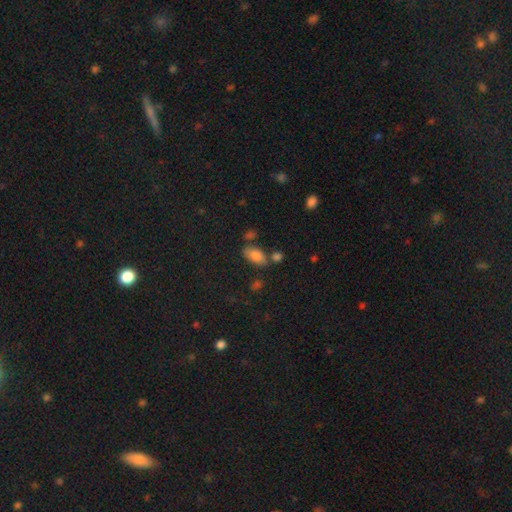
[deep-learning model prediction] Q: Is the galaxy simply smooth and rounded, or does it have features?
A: smooth — 83%.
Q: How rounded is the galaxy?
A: in between — 90%.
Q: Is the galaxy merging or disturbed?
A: none — 66%.